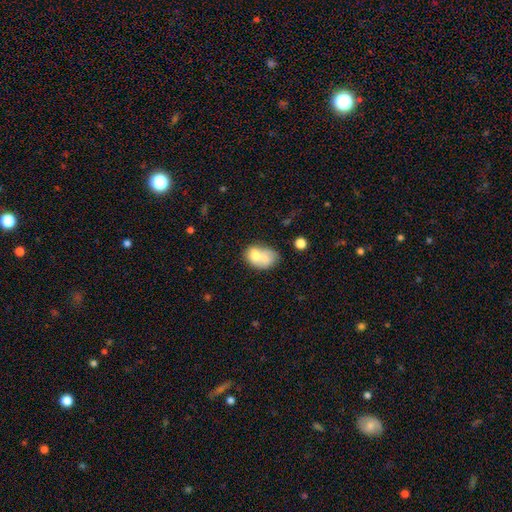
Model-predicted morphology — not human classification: This is likely a smooth galaxy (67%). How rounded: likely in between (73%). Merging: possibly merger (52%).